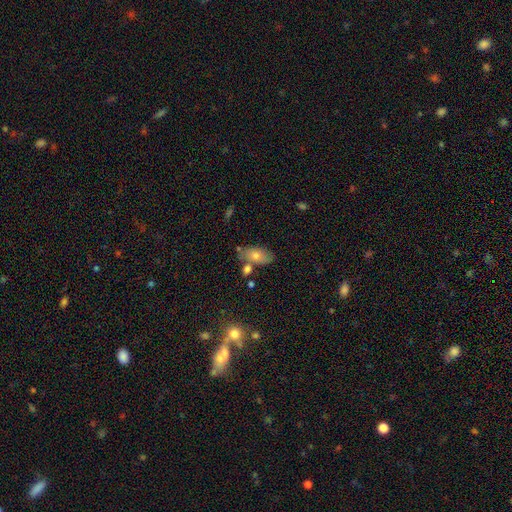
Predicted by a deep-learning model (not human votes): This appears to be a smooth galaxy with no disk features (65%) that is in between round and cigar-shaped (88%). Merging: none (67%).